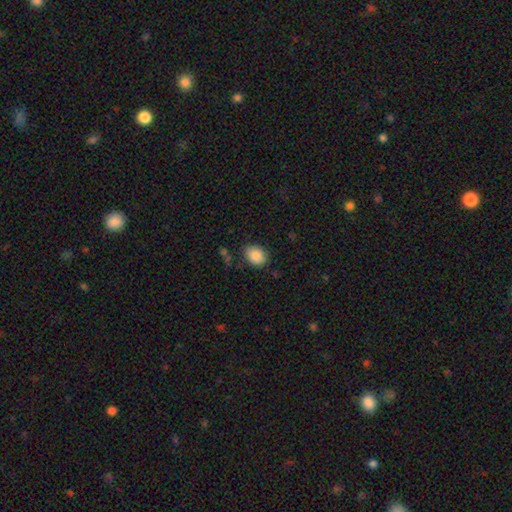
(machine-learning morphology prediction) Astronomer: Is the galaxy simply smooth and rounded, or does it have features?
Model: smooth — 88%.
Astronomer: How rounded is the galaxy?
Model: in between — 68%.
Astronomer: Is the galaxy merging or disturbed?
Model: none — 79%.